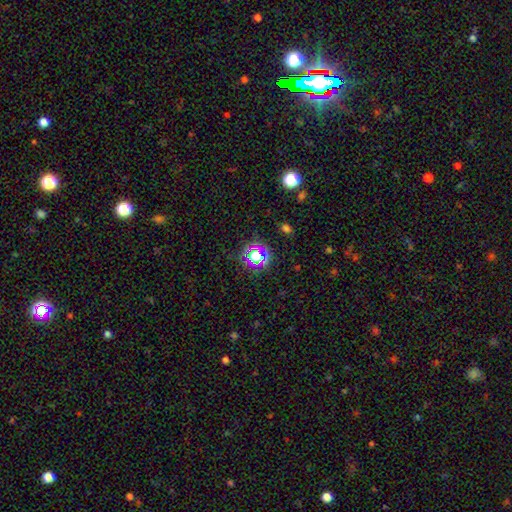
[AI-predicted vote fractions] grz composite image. It shows a star or artifact, not a galaxy (65%).